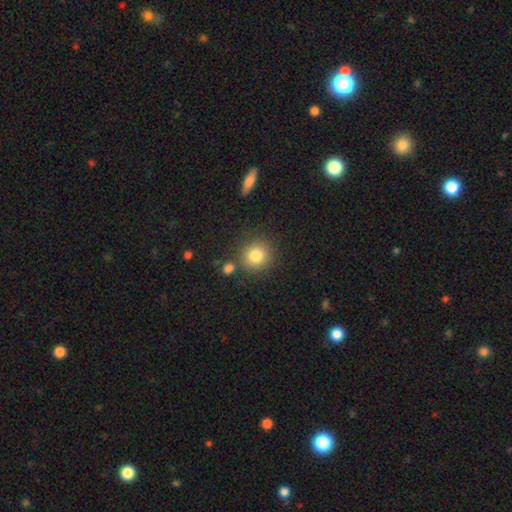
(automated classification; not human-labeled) The model was most divided on "merging": none: 81%, minor disturbance: 9%, merger: 7%, major disturbance: 3%. More confident: how rounded — round (88%); smooth or featured — smooth (82%).